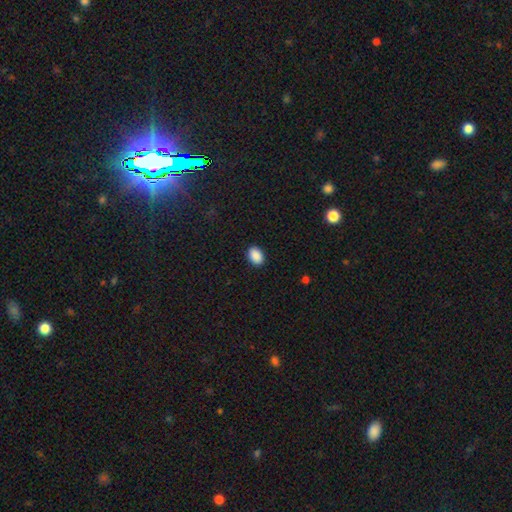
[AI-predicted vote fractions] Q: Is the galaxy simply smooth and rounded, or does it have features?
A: smooth — 90%.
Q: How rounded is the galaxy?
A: in between — 82%.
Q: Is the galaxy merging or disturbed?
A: none — 90%.